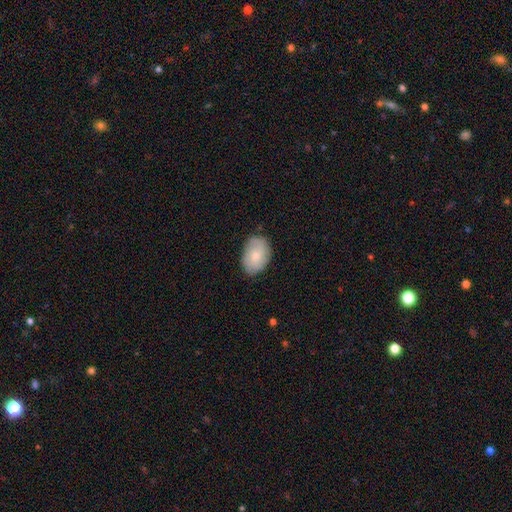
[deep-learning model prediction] This is likely a smooth galaxy (74%). How rounded: clearly in between (87%). Merging: likely none (77%).